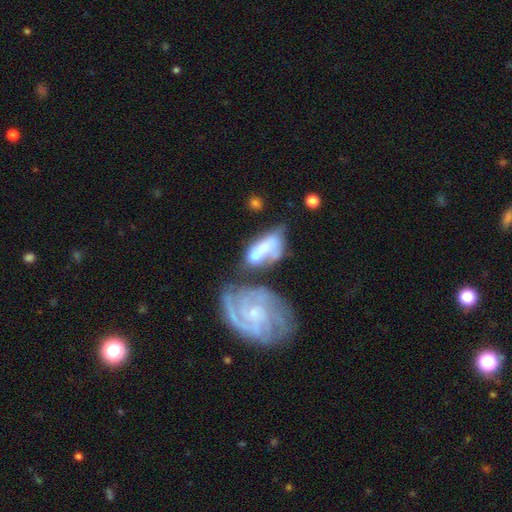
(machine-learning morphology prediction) Overall: featured or disk (56%; smooth 36%). Edge-on disk: no (93%). Bar: no (74%). Spiral arms: yes (52%; no 48%). Bulge size: small (40%, tied with moderate). Merging: merger (56%; none 18%).